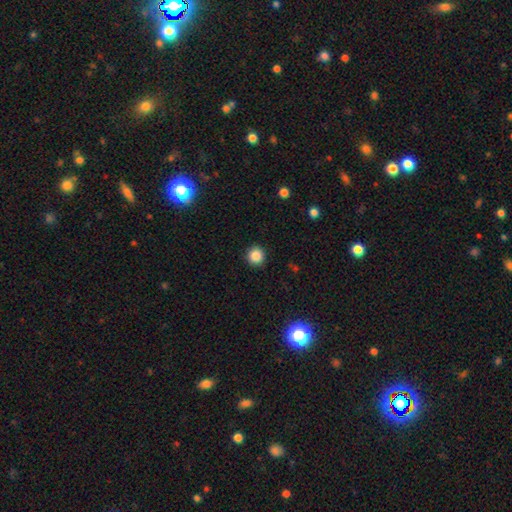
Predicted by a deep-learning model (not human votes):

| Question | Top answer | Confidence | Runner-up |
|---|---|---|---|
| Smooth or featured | smooth | 86% | star or artifact (11%) |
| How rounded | round | 94% | in between (5%) |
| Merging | none | 92% | minor disturbance (6%) |